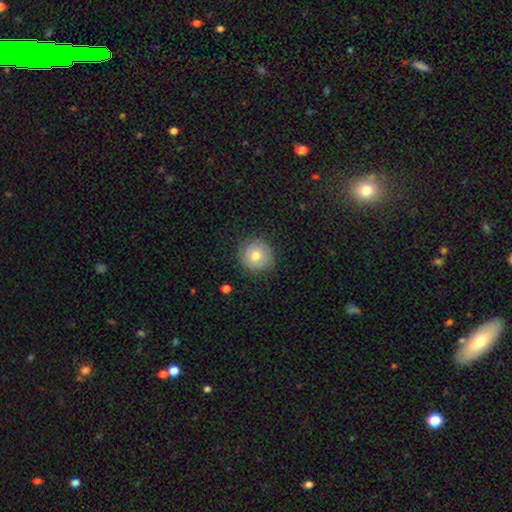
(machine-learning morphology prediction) Overall: smooth (69%). How rounded: round (92%). Merging: none (84%).